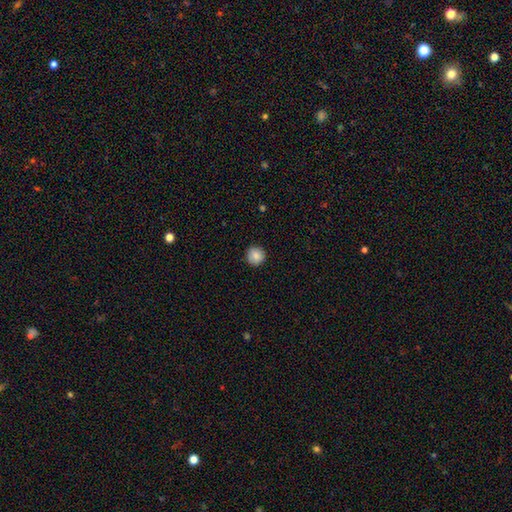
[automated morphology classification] smooth_or_featured: smooth (p=0.86) [alt: star or artifact p=0.08]
how_rounded: round (p=0.95) [alt: in between p=0.04]
merging: none (p=0.91) [alt: minor disturbance p=0.06]